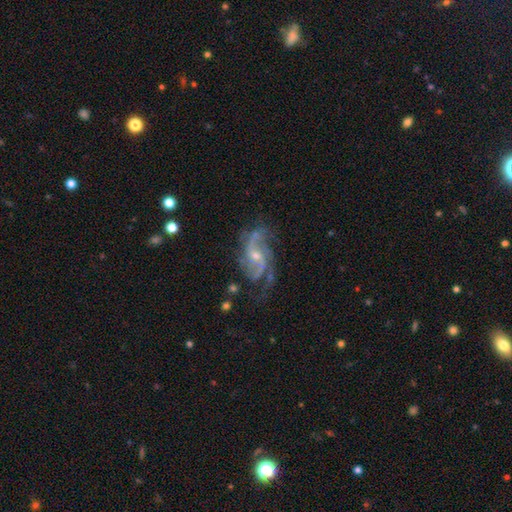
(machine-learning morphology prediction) A featured or disk galaxy (89%) with no bar (48%), 2 (59%) medium (46%) spiral arms (97%) and a small central bulge (60%).

Vote fractions:
- Smooth or featured? featured or disk: 89% / star or artifact: 6% / smooth: 5%
- Edge-on disk? no: 97% / yes: 3%
- Bar? no: 48% / weak: 41% / strong: 11%
- Spiral arms? yes: 97% / no: 3%
- Spiral winding? medium: 46% / loose: 38% / tight: 16%
- Spiral arm count? 2: 59% / 3: 18% / can't tell: 10% / 4: 5% / 1: 4% / more than 4: 4%
- Bulge size? small: 60% / moderate: 36% / none: 2% / large: 1% / dominant: 1%
- Merging? none: 63% / minor disturbance: 21% / major disturbance: 14% / merger: 3%